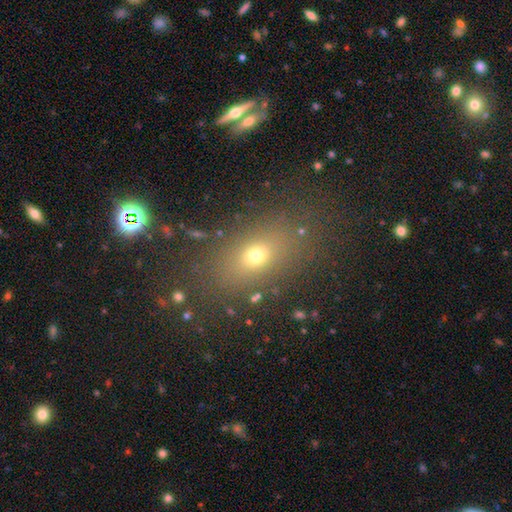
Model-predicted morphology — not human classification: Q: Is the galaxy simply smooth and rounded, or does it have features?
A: smooth — 63%.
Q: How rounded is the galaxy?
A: in between — 72%.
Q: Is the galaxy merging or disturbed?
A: none — 81%.